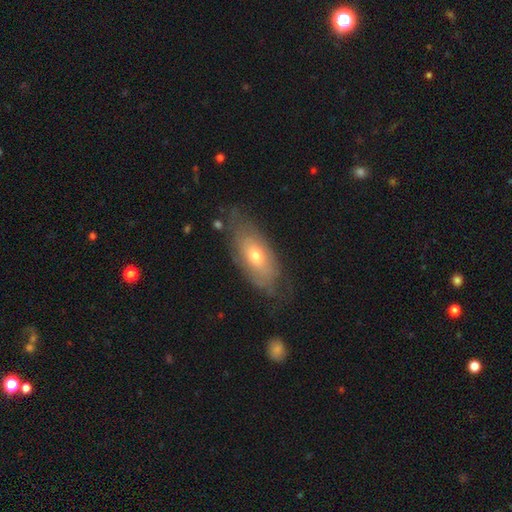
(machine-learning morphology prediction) type=featured or disk (48%); merging=none (64%).